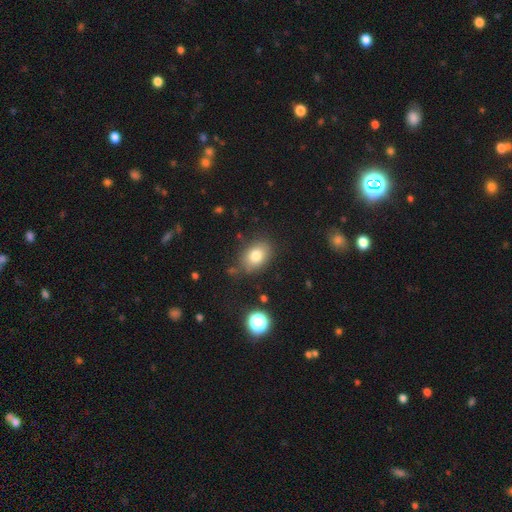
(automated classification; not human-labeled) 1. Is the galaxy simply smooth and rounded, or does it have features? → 79% smooth, 10% star or artifact, 10% featured or disk.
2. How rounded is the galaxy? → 76% in between, 23% round, 1% cigar-shaped.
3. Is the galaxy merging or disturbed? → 78% none, 15% minor disturbance, 4% major disturbance, 3% merger.